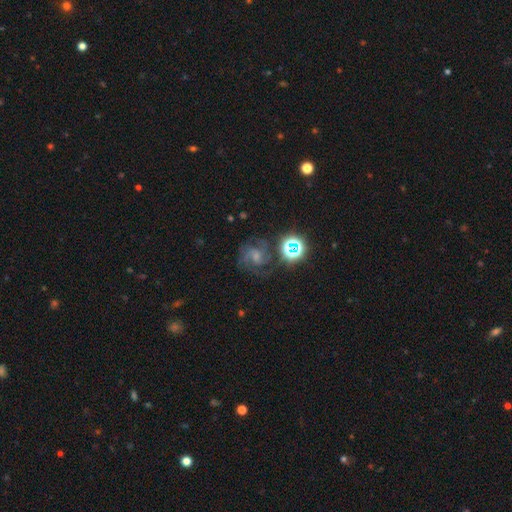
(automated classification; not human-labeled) Smooth or featured: featured or disk — 67% (star or artifact — 18%)
Edge-on disk: no — 98% (yes — 2%)
Bar: no — 60% (weak — 33%)
Spiral arms: yes — 94% (no — 6%)
Spiral winding: medium — 49% (tight — 38%)
Spiral arm count: 3 — 40% (2 — 20%)
Bulge size: small — 42% (moderate — 34%)
Merging: none — 63% (minor disturbance — 19%)